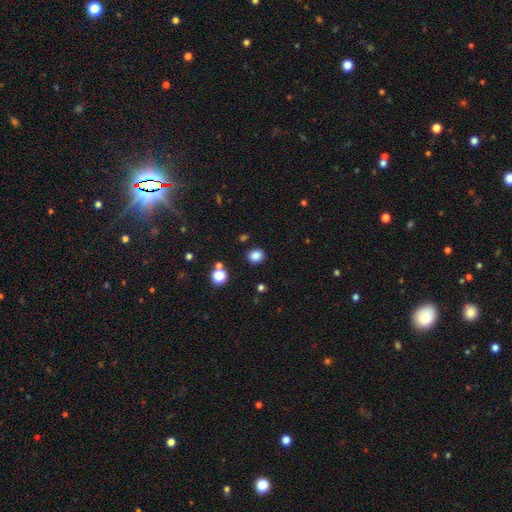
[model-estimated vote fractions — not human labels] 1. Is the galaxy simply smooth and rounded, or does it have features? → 84% smooth, 12% star or artifact, 4% featured or disk.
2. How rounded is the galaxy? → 81% round, 18% in between, 1% cigar-shaped.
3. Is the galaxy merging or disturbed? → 88% none, 7% minor disturbance, 2% merger, 2% major disturbance.